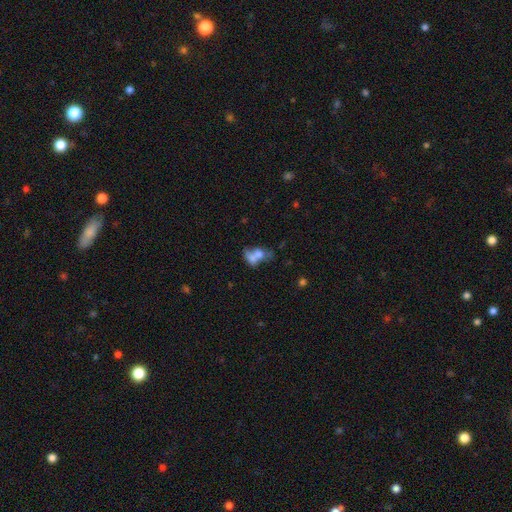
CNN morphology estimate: Overall: smooth (60%; featured or disk 28%). How rounded: in between (69%). Merging: merger (66%).